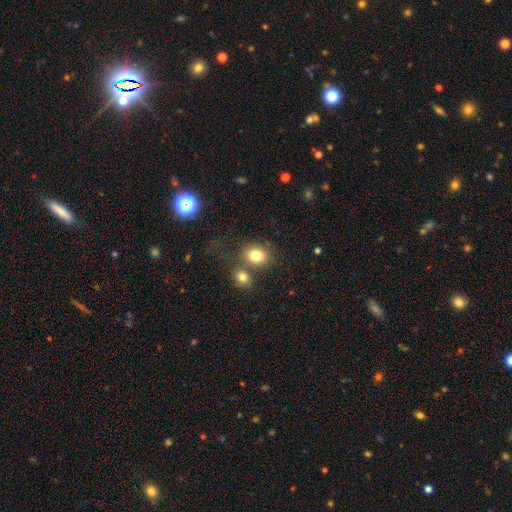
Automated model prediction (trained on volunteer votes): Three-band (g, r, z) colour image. It shows a smooth galaxy with no disk features (78%) that is round (59%). Merging: none (59%).